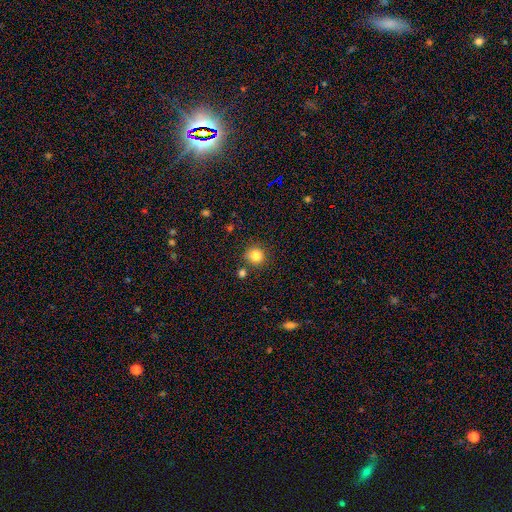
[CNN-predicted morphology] This appears to be a smooth galaxy with no disk features (83%) that is round (90%). Merging: none (82%).